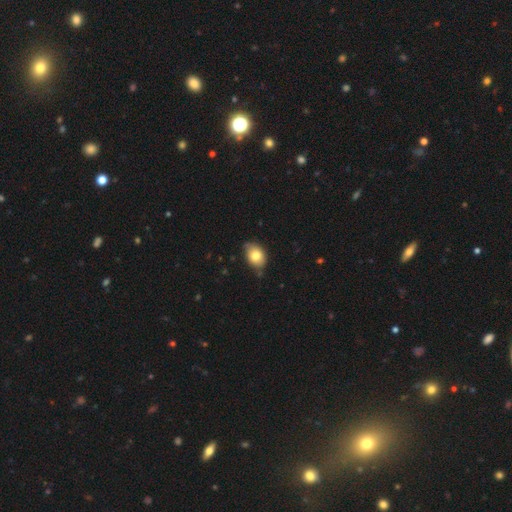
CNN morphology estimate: smooth_or_featured: smooth (p=0.79) [alt: featured or disk p=0.13]
how_rounded: in between (p=0.73) [alt: round p=0.25]
merging: none (p=0.65) [alt: minor disturbance p=0.28]